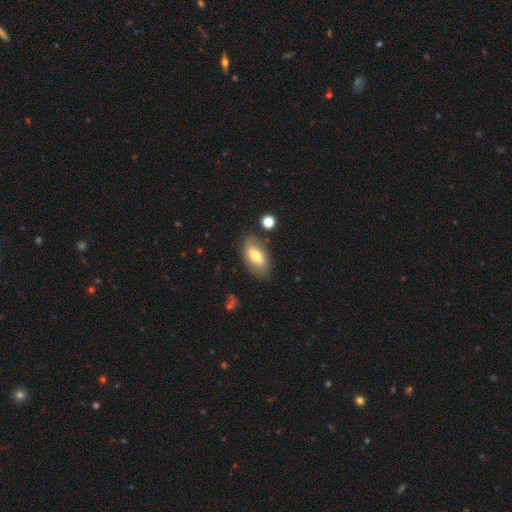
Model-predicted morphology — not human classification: Smooth or featured? smooth (64%)
How rounded? in between (90%)
Merging? none (79%)